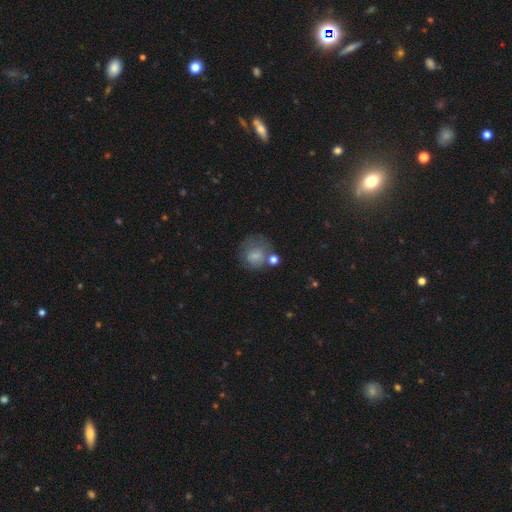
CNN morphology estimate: A smooth galaxy with no disk features (71%) that is round (74%).

Vote fractions:
- Smooth or featured? smooth: 71% / featured or disk: 17% / star or artifact: 11%
- How rounded? round: 74% / in between: 25% / cigar-shaped: 1%
- Merging? none: 45% / minor disturbance: 22% / major disturbance: 19% / merger: 14%